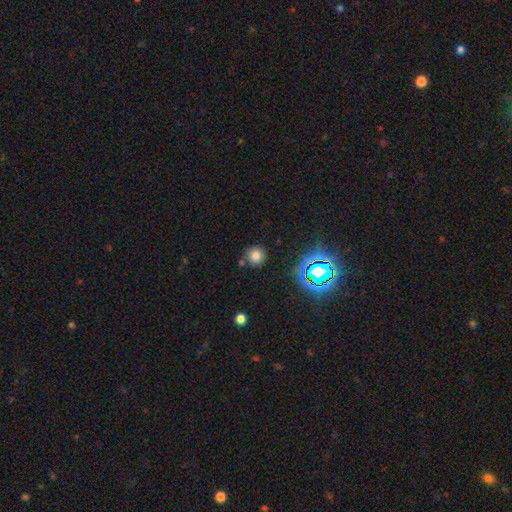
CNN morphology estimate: Smooth or featured? smooth (74%)
How rounded? round (93%)
Merging? none (81%)